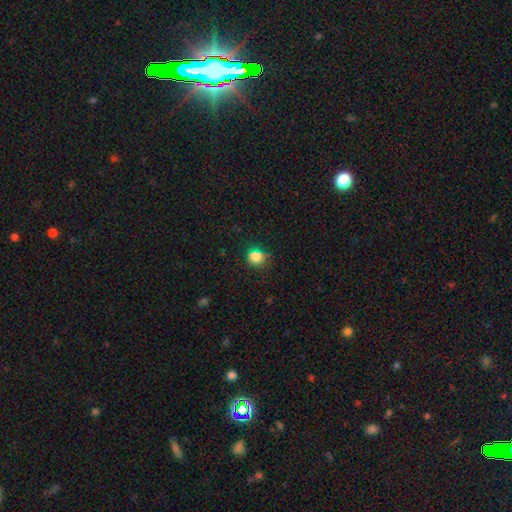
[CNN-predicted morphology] A smooth galaxy with no disk features (80%) that is round (77%).

Vote fractions:
- Smooth or featured? smooth: 80% / star or artifact: 15% / featured or disk: 5%
- How rounded? round: 77% / in between: 22% / cigar-shaped: 1%
- Merging? none: 74% / minor disturbance: 18% / major disturbance: 5% / merger: 3%